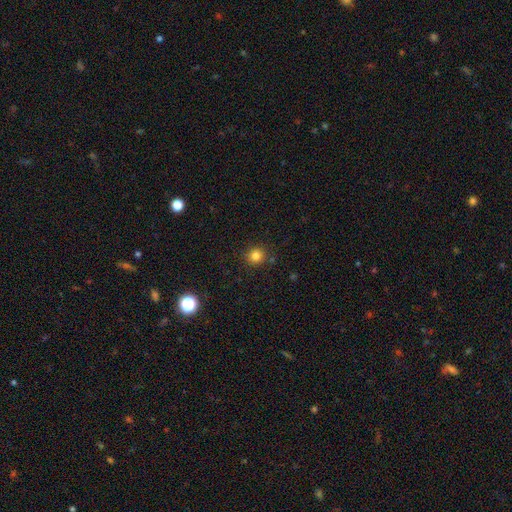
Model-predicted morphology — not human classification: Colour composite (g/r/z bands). It shows a smooth galaxy with no disk features (82%) that is round (91%). Merging: none (88%).